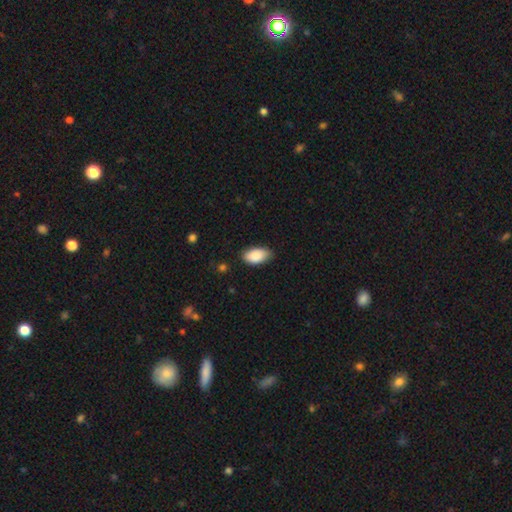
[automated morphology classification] Smooth or featured? Predicted: smooth (p=0.89). How rounded? Predicted: in between (p=0.95). Merging? Predicted: none (p=0.80).